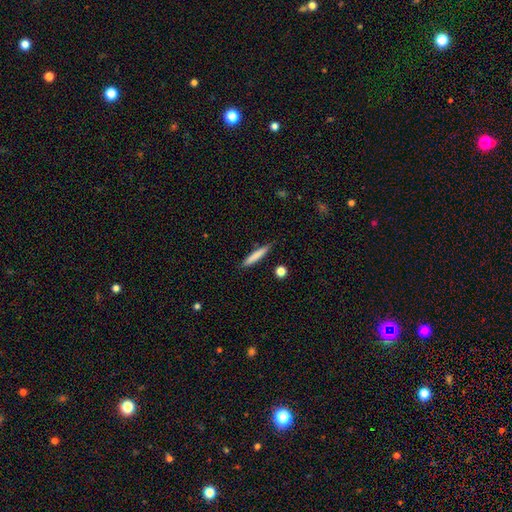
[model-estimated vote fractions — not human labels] Q: Smooth or featured?
A: smooth (78%); runner-up: featured or disk (15%)
Q: How rounded?
A: cigar-shaped (93%); runner-up: in between (6%)
Q: Merging?
A: none (86%); runner-up: minor disturbance (10%)